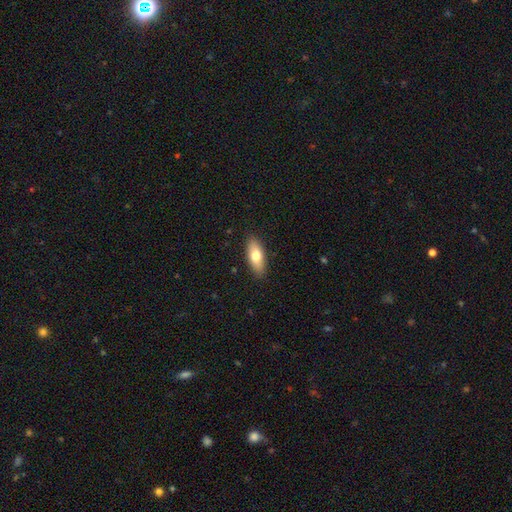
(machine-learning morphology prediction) This is likely a smooth galaxy (75%). How rounded: likely in between (78%). Merging: clearly none (88%).